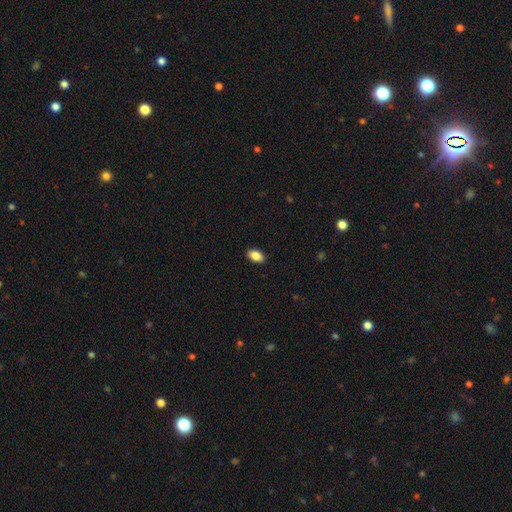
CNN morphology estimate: This is clearly a smooth galaxy (87%). How rounded: clearly in between (90%). Merging: clearly none (89%).